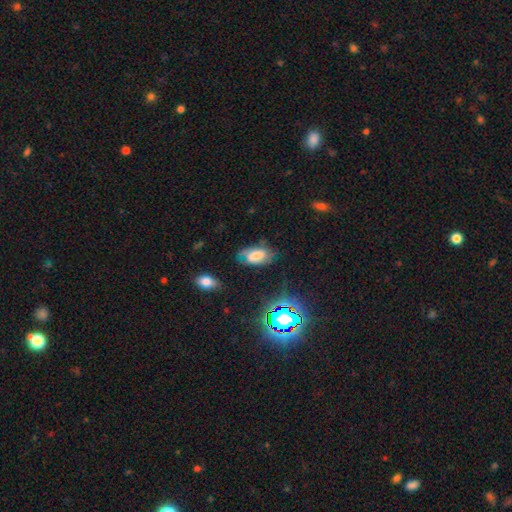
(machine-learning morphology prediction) smooth-or-featured: smooth: 54% | featured or disk: 32% | star or artifact: 14%
  how-rounded: in between: 91% | round: 5% | cigar-shaped: 4%
  merging: none: 55% | minor disturbance: 29% | major disturbance: 13% | merger: 3%